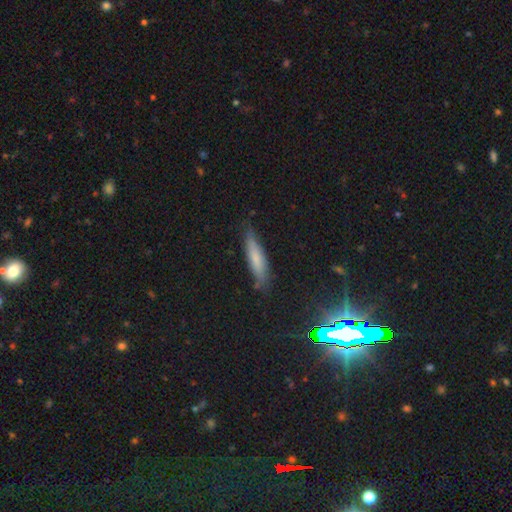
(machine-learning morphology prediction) This is likely a smooth galaxy (65%). How rounded: likely cigar-shaped (77%). Merging: likely none (77%).